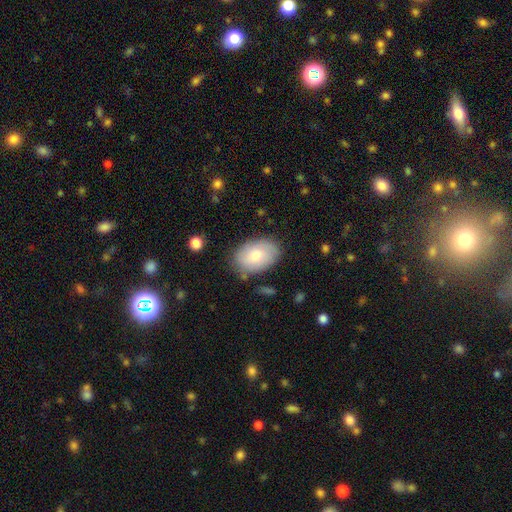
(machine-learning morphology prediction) The model was most divided on "smooth or featured": smooth: 74%, featured or disk: 20%, star or artifact: 6%. More confident: how rounded — in between (88%); merging — none (79%).